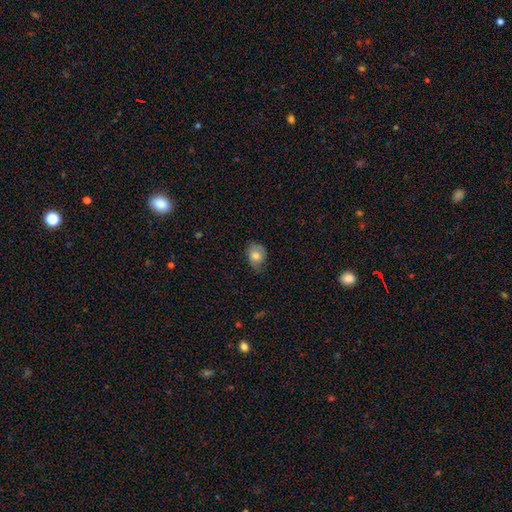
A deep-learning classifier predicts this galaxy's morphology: smooth 73%, featured or disk 19%, star or artifact 8%. Down the decision tree: how rounded — in between (67%); merging — none (57%).